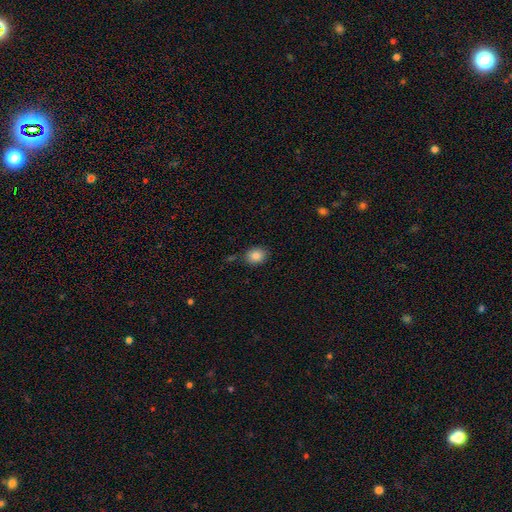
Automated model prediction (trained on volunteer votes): Q: Smooth or featured?
A: smooth (86%); runner-up: star or artifact (9%)
Q: How rounded?
A: round (53%); runner-up: in between (46%)
Q: Merging?
A: none (79%); runner-up: minor disturbance (13%)